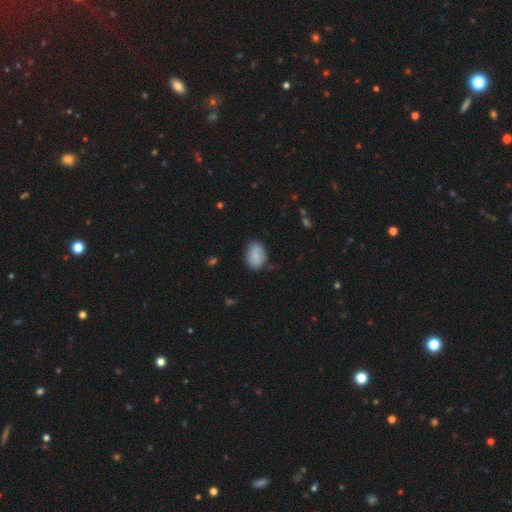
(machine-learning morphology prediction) Smooth or featured? Predicted: smooth (p=0.87). How rounded? Predicted: in between (p=0.84). Merging? Predicted: none (p=0.75).